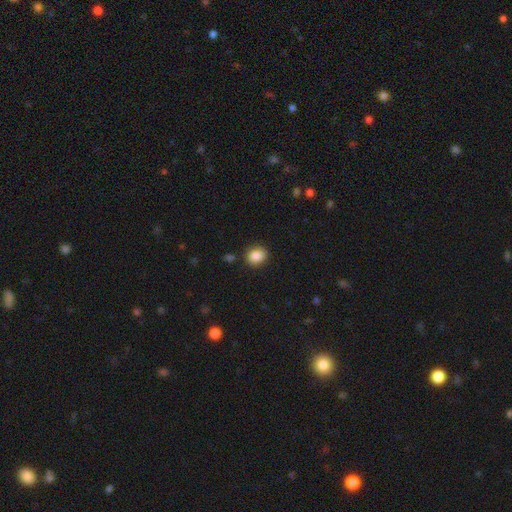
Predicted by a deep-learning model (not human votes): smooth_or_featured: smooth (p=0.88) [alt: star or artifact p=0.09]
how_rounded: round (p=0.61) [alt: in between p=0.38]
merging: none (p=0.86) [alt: minor disturbance p=0.09]